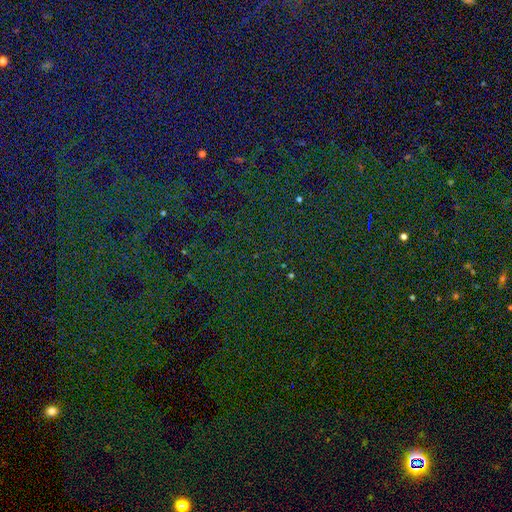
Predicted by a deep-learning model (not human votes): star or artifact 83%, smooth 10%, featured or disk 7%.